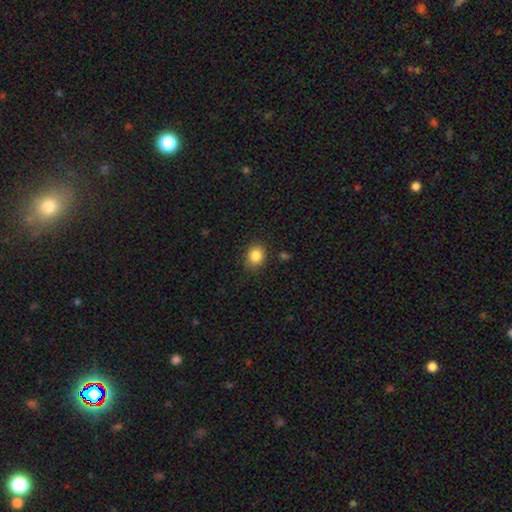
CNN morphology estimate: smooth 86%, star or artifact 10%, featured or disk 5%. Down the decision tree: how rounded — round (62%); merging — none (84%).